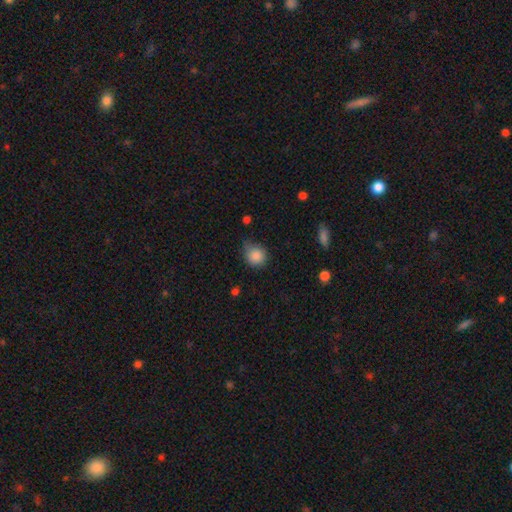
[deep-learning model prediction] smooth-or-featured: smooth: 86% | star or artifact: 9% | featured or disk: 5%
  how-rounded: round: 83% | in between: 16% | cigar-shaped: 1%
  merging: none: 57% | minor disturbance: 34% | major disturbance: 7% | merger: 2%